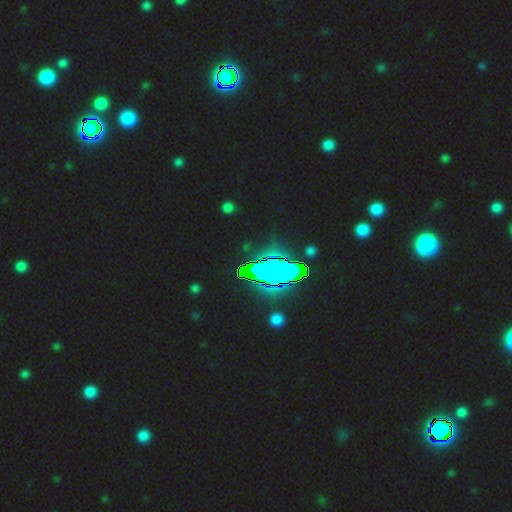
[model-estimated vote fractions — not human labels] Smooth or featured? Predicted: star or artifact (p=0.83).